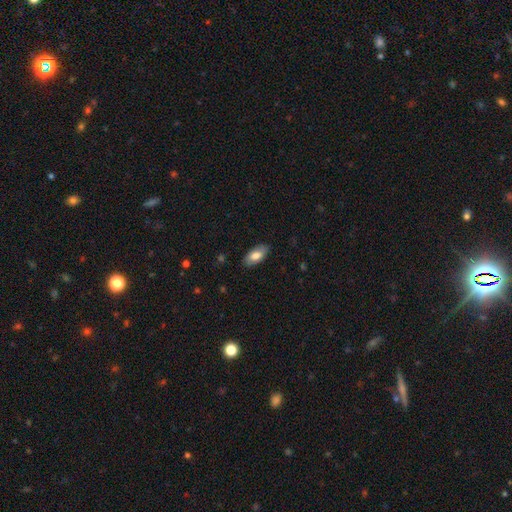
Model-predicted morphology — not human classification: Q: Smooth or featured?
A: smooth (78%); runner-up: featured or disk (17%)
Q: How rounded?
A: in between (91%); runner-up: cigar-shaped (6%)
Q: Merging?
A: none (85%); runner-up: minor disturbance (11%)